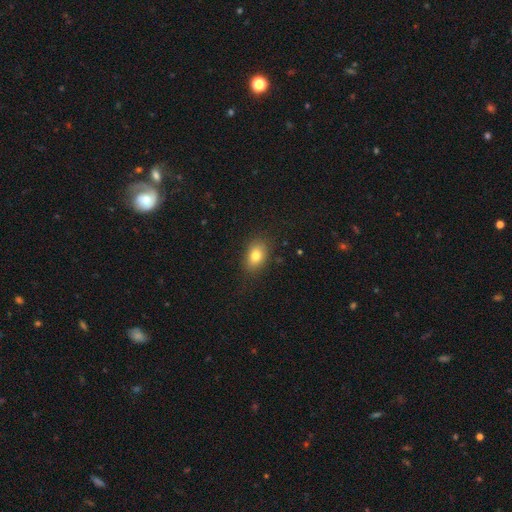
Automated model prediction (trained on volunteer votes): A smooth galaxy with no disk features (79%) that is in between round and cigar-shaped (78%). Merging: none (83%).